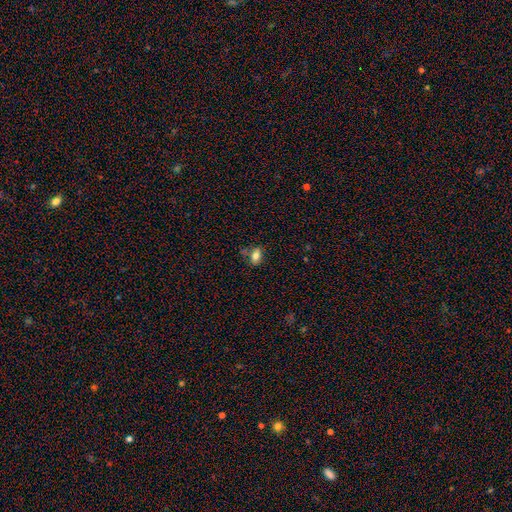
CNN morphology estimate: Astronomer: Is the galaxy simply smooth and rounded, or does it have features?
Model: smooth — 77%.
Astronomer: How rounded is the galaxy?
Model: in between — 82%.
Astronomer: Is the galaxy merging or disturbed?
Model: none — 65%.